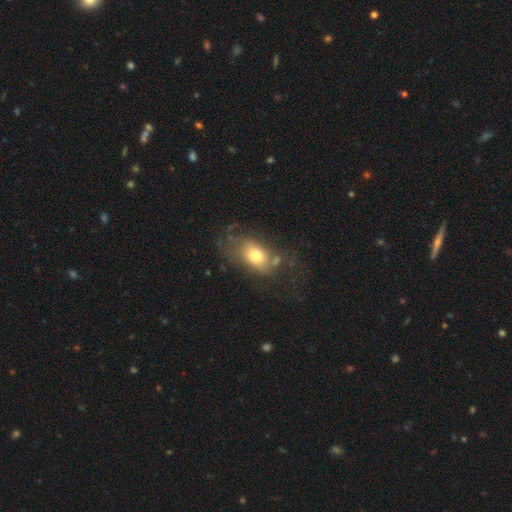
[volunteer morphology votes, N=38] Overall: smooth (68%). How rounded: in between (96%). Merging: none (68%).